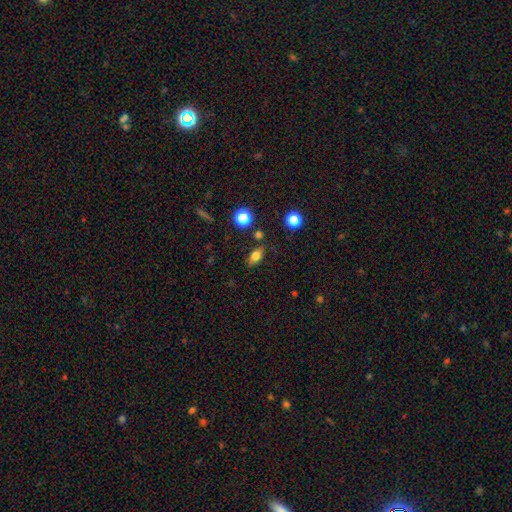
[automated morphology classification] Smooth or featured? Predicted: smooth (p=0.76). How rounded? Predicted: in between (p=0.78). Merging? Predicted: none (p=0.80).